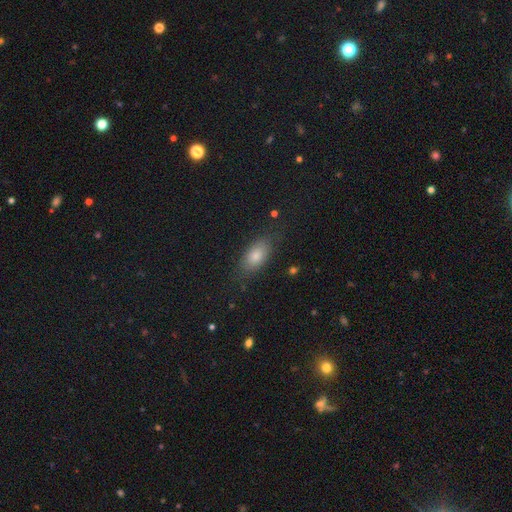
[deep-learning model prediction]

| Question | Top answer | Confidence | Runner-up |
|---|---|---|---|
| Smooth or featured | smooth | 75% | star or artifact (13%) |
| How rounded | in between | 83% | cigar-shaped (10%) |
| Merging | none | 81% | minor disturbance (13%) |